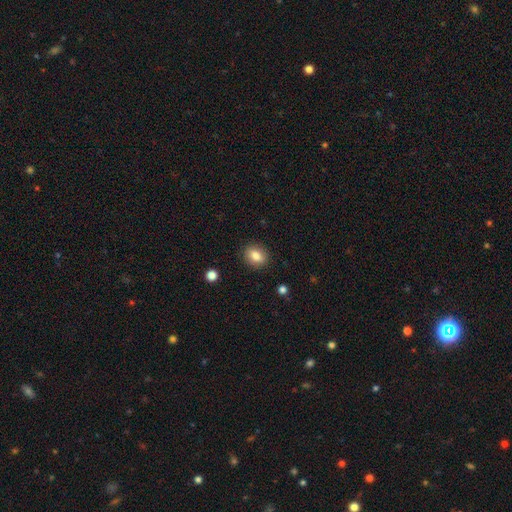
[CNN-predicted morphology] smooth 83%, star or artifact 9%, featured or disk 8%. Down the decision tree: how rounded — in between (55%); merging — none (88%).